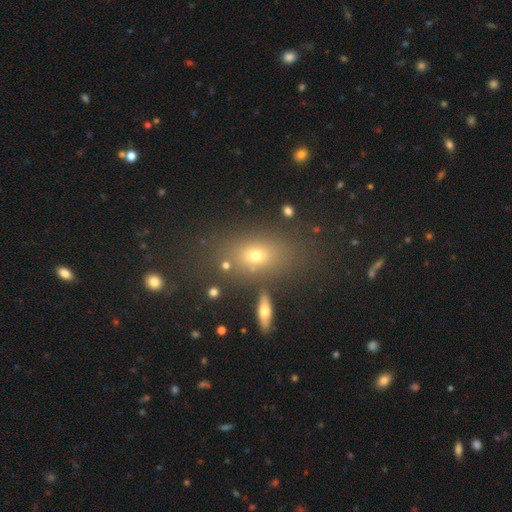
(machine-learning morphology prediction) smooth-or-featured: smooth: 61% | star or artifact: 23% | featured or disk: 16%
  how-rounded: in between: 69% | round: 24% | cigar-shaped: 7%
  merging: none: 75% | minor disturbance: 11% | merger: 8% | major disturbance: 5%